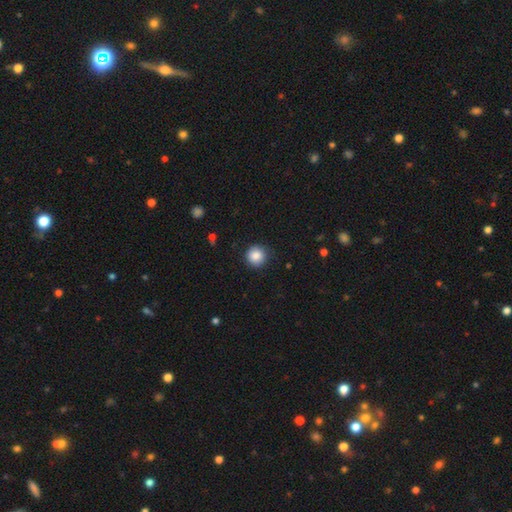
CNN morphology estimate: This is clearly a smooth galaxy (86%). How rounded: clearly round (94%). Merging: clearly none (85%).